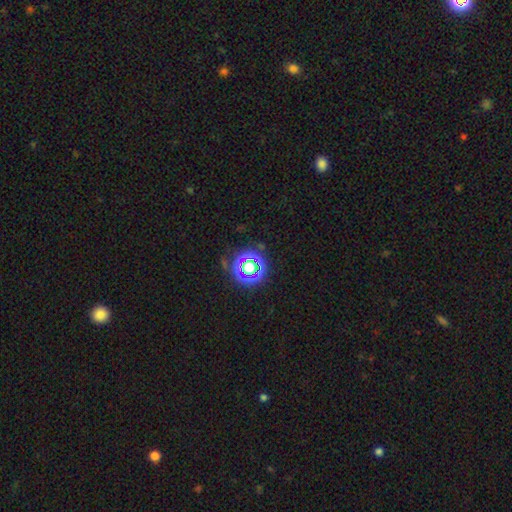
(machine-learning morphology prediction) type=star or artifact (73%).